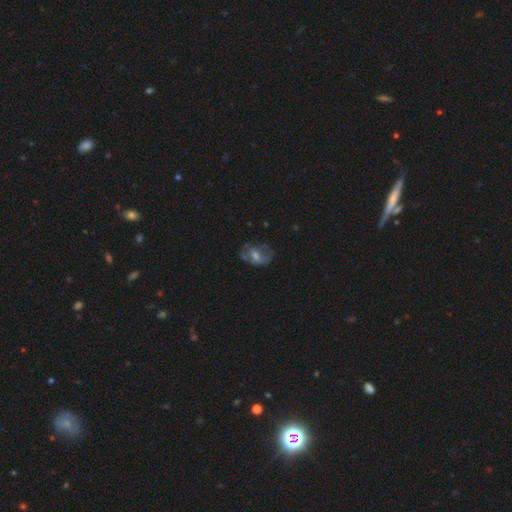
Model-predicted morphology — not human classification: Q: Smooth or featured?
A: featured or disk (55%); runner-up: smooth (32%)
Q: Edge-on disk?
A: no (95%); runner-up: yes (5%)
Q: Bar?
A: no (55%); runner-up: weak (35%)
Q: Spiral arms?
A: no (53%); runner-up: yes (47%)
Q: Bulge size?
A: moderate (48%); runner-up: small (39%)
Q: Merging?
A: none (53%); runner-up: minor disturbance (24%)